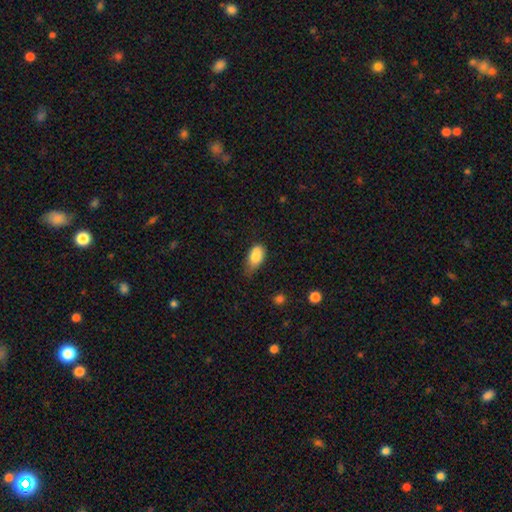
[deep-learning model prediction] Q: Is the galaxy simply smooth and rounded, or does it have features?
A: smooth — 81%.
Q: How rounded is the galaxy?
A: in between — 88%.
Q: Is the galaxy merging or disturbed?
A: minor disturbance — 44%.